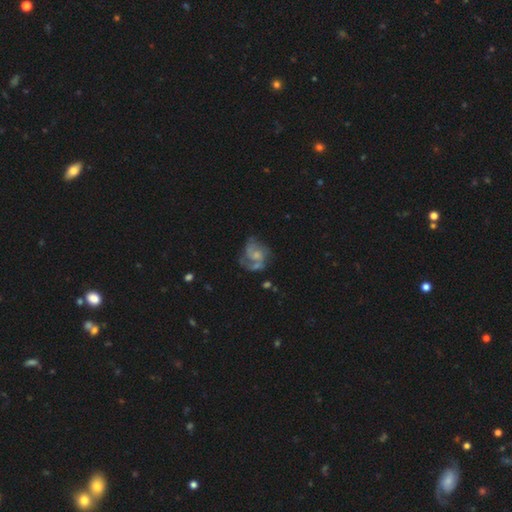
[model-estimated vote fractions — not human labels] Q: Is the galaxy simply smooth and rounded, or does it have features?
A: featured or disk — 68%.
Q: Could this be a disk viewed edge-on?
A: no — 98%.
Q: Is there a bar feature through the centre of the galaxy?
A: no — 71%.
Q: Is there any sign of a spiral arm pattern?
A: yes — 79%.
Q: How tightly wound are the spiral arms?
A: medium — 47%.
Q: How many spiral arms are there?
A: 2 — 49%.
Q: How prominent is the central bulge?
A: small — 43%.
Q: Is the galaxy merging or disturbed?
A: none — 43%.